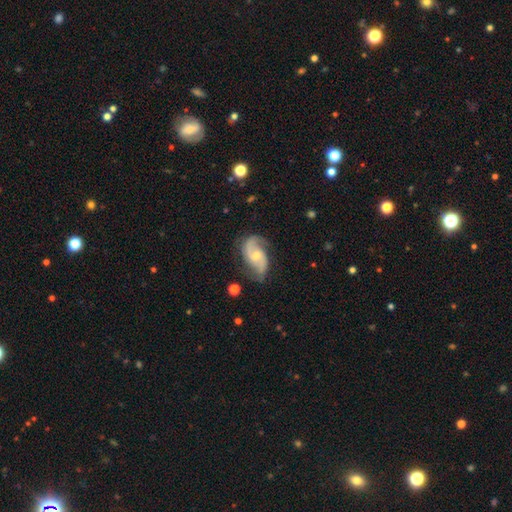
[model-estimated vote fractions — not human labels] smooth-or-featured: featured or disk: 84% | smooth: 10% | star or artifact: 5%
  disk-edge-on: no: 97% | yes: 3%
    bar: no: 46% | weak: 45% | strong: 10%
    has-spiral-arms: yes: 96% | no: 4%
      spiral-winding: medium: 47% | loose: 35% | tight: 18%
      spiral-arm-count: 2: 86% | can't tell: 5% | 1: 3% | 3: 3% | 4: 1% | more than 4: 1%
    bulge-size: small: 50% | moderate: 43% | none: 4% | large: 2% | dominant: 1%
  merging: none: 66% | minor disturbance: 22% | major disturbance: 10% | merger: 2%